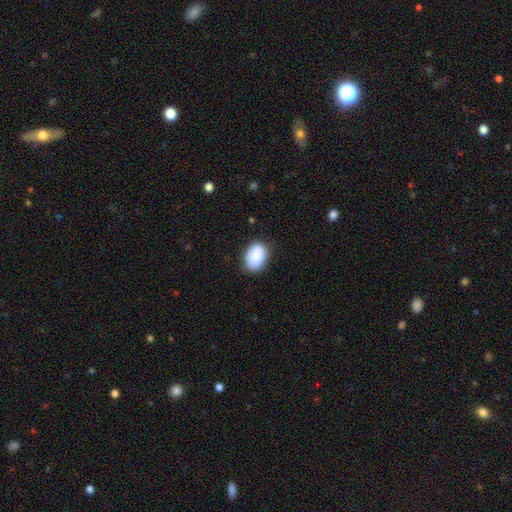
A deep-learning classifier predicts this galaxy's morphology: Q: Smooth or featured?
A: smooth (88%); runner-up: star or artifact (7%)
Q: How rounded?
A: in between (80%); runner-up: round (19%)
Q: Merging?
A: none (81%); runner-up: minor disturbance (15%)